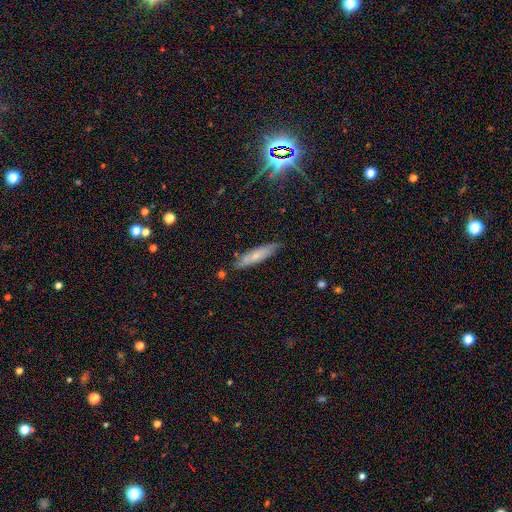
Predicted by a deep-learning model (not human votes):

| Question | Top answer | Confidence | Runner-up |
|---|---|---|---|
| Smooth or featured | smooth | 61% | featured or disk (31%) |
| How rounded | cigar-shaped | 81% | in between (18%) |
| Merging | none | 79% | minor disturbance (16%) |